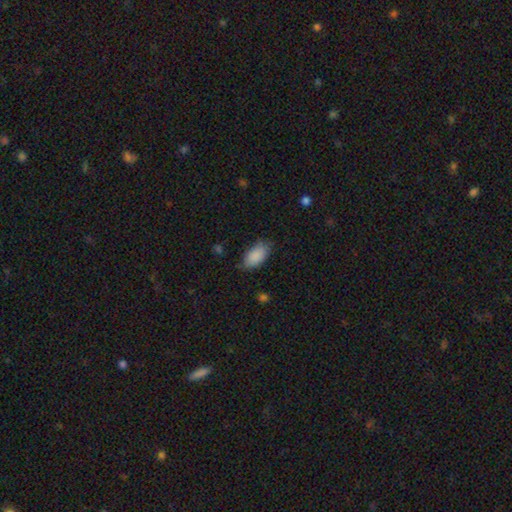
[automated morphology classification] Q: Smooth or featured?
A: smooth (89%); runner-up: star or artifact (6%)
Q: How rounded?
A: in between (94%); runner-up: cigar-shaped (4%)
Q: Merging?
A: none (76%); runner-up: minor disturbance (19%)